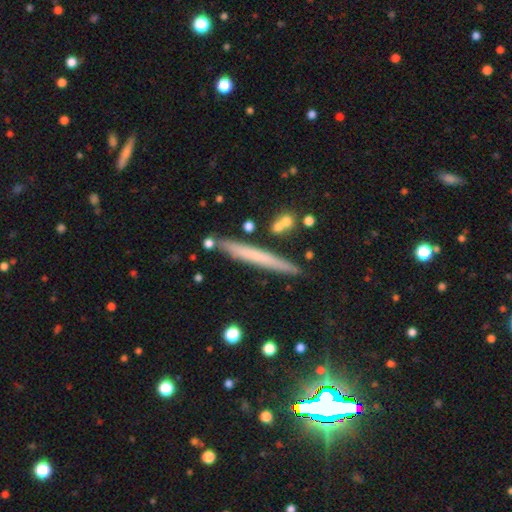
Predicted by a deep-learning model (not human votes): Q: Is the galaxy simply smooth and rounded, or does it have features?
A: smooth — 54%.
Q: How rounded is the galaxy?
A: cigar-shaped — 96%.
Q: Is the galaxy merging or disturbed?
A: none — 85%.